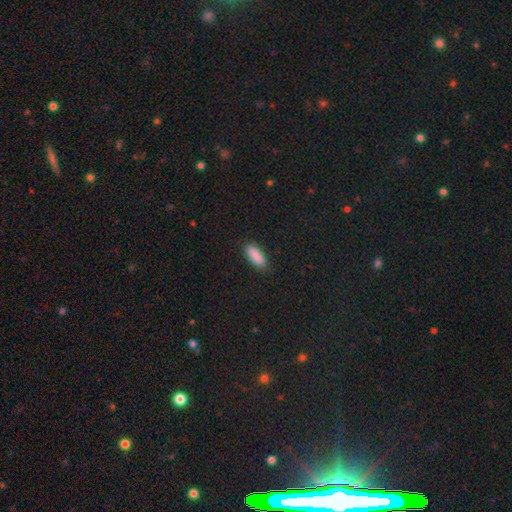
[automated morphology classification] smooth_or_featured: smooth (p=0.89) [alt: star or artifact p=0.07]
how_rounded: in between (p=0.72) [alt: cigar-shaped p=0.26]
merging: none (p=0.87) [alt: minor disturbance p=0.10]